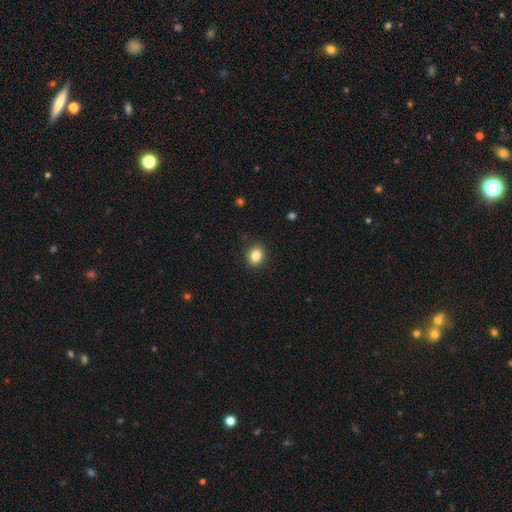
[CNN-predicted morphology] This is clearly a smooth galaxy (84%). How rounded: possibly round (57%). Merging: clearly none (89%).